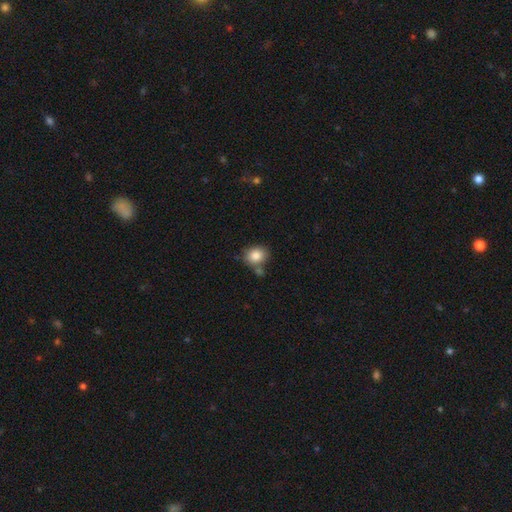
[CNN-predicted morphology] Q: Smooth or featured?
A: smooth (83%); runner-up: star or artifact (9%)
Q: How rounded?
A: round (58%); runner-up: in between (41%)
Q: Merging?
A: none (67%); runner-up: merger (15%)